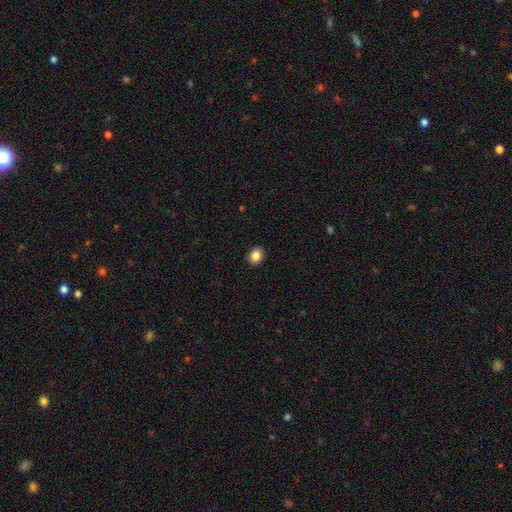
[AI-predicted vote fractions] Smooth or featured?
  - smooth: 86% *
  - star or artifact: 9%
  - featured or disk: 5%
How rounded?
  - round: 56% *
  - in between: 43%
  - cigar-shaped: 1%
Merging?
  - none: 91% *
  - minor disturbance: 6%
  - major disturbance: 2%
  - merger: 1%